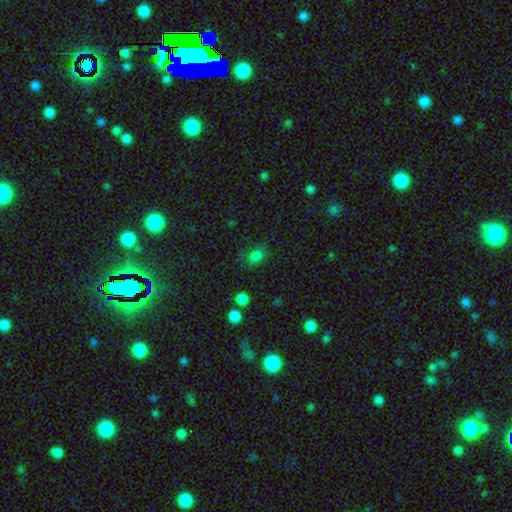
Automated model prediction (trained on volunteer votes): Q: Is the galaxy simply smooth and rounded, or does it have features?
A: smooth — 77%.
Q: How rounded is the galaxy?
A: round — 51%.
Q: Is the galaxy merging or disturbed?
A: none — 69%.